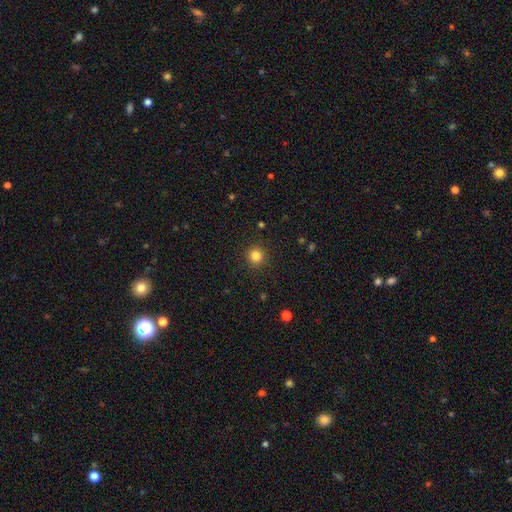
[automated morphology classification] The model was most divided on "smooth or featured": smooth: 83%, star or artifact: 13%, featured or disk: 5%. More confident: how rounded — round (94%); merging — none (91%).